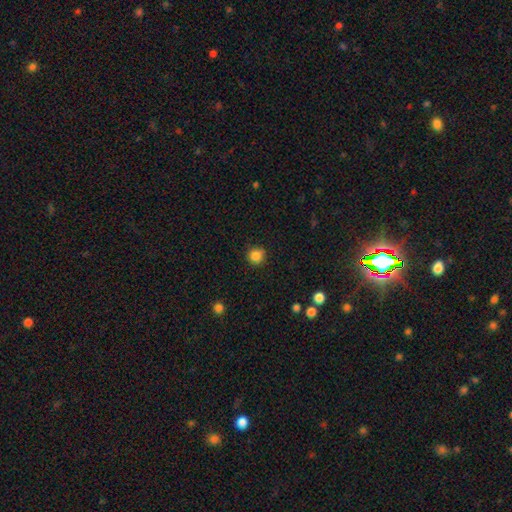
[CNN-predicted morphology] Overall: smooth (85%). How rounded: round (92%). Merging: none (89%).